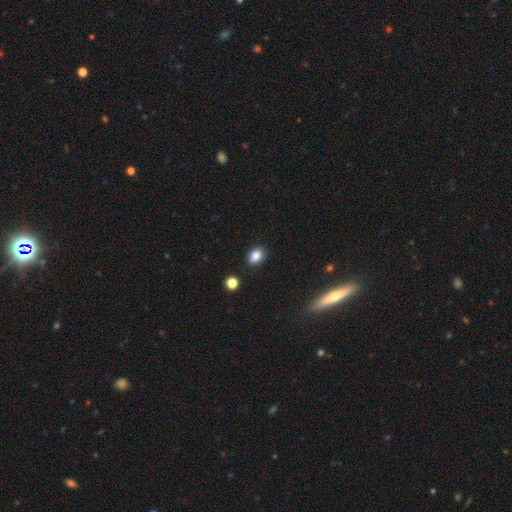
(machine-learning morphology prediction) The model was most divided on "how rounded": in between: 69%, round: 30%, cigar-shaped: 1%. More confident: merging — none (87%); smooth or featured — smooth (85%).